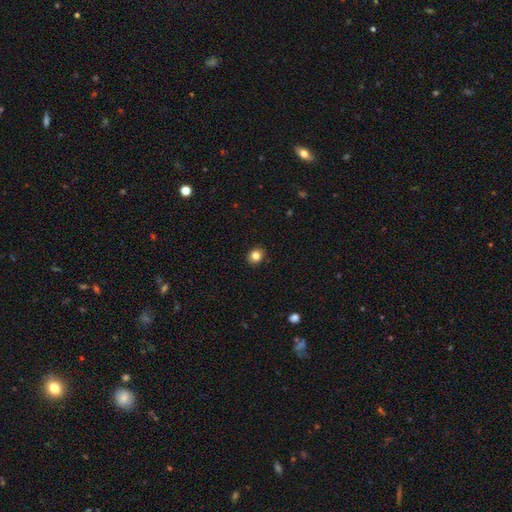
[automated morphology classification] Smooth or featured? smooth (83%)
How rounded? round (72%)
Merging? none (90%)